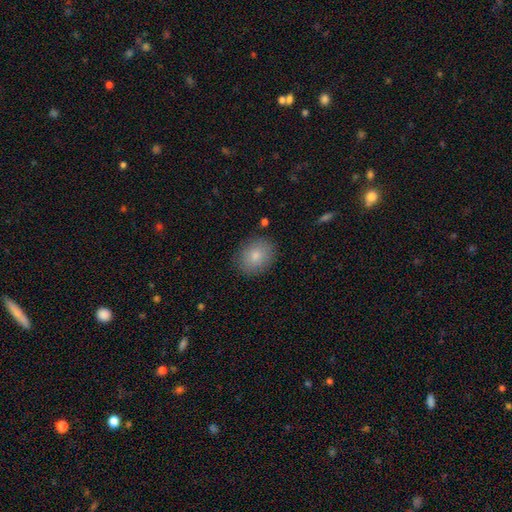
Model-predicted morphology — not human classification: Overall: smooth (82%). How rounded: in between (52%; round 47%). Merging: none (86%).